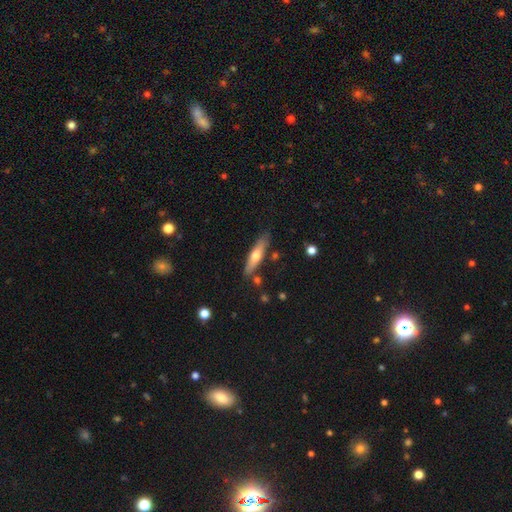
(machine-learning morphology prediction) Overall: smooth (52%; featured or disk 42%). How rounded: cigar-shaped (80%). Merging: none (82%).